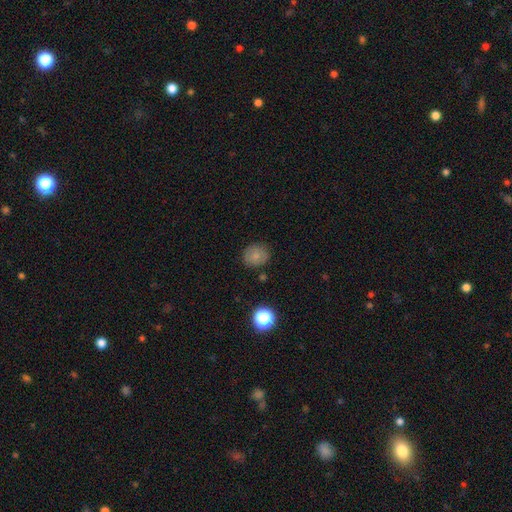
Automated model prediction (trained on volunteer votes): Morphology: type=smooth (76%); roundness=round (79%); merging=none (82%).